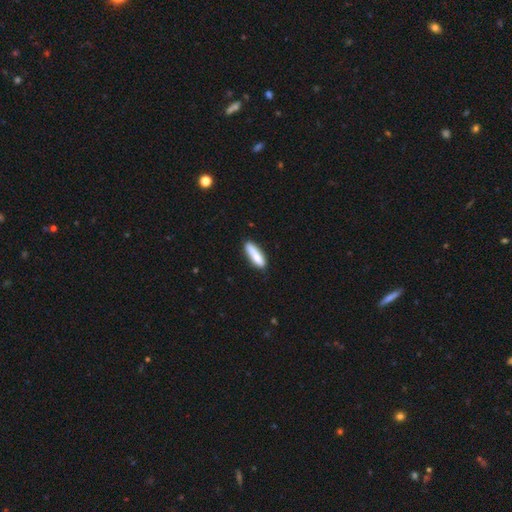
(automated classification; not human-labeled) A smooth galaxy with no disk features (80%) that is cigar-shaped (69%). Merging: none (76%).